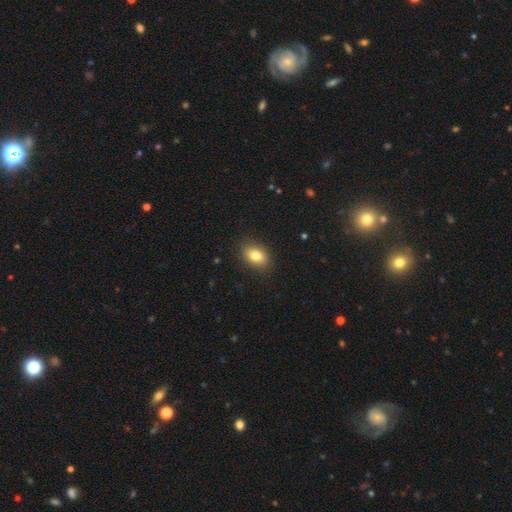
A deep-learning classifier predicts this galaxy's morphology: This is clearly a smooth galaxy (82%). How rounded: likely in between (78%). Merging: clearly none (88%).